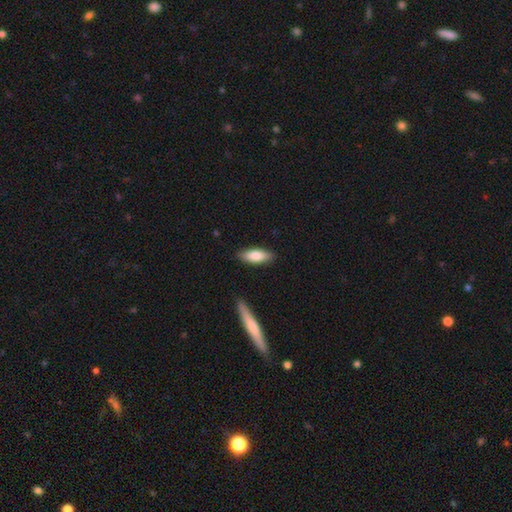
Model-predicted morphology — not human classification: A smooth galaxy with no disk features (80%) that is in between round and cigar-shaped (68%). Merging: none (86%).